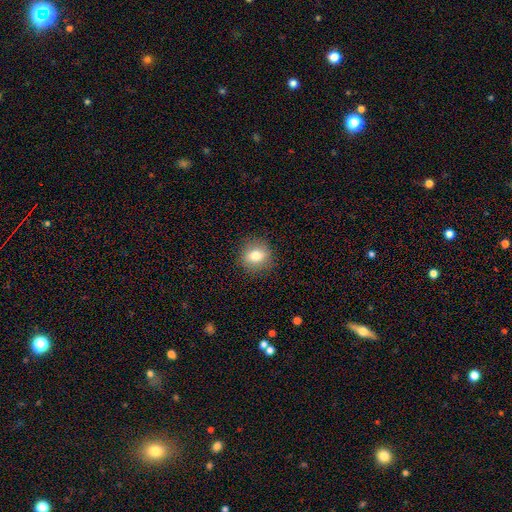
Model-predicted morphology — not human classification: A smooth galaxy with no disk features (76%) that is round (79%). Merging: none (88%).